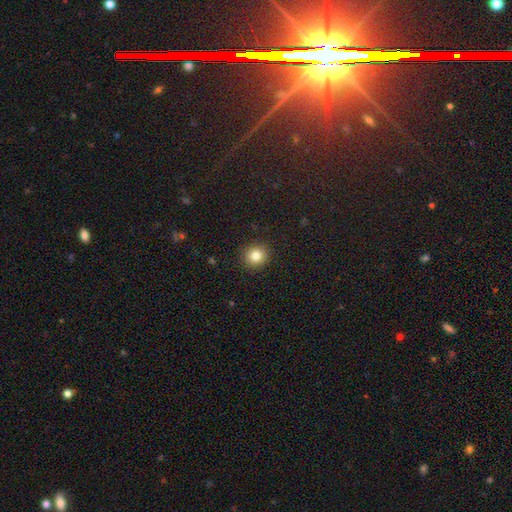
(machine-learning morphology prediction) smooth 84%, star or artifact 11%, featured or disk 5%. Down the decision tree: how rounded — round (89%); merging — none (91%).